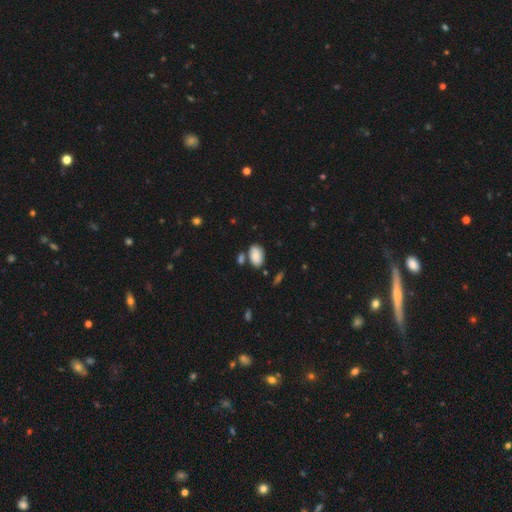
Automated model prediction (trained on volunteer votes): smooth 86%, star or artifact 7%, featured or disk 6%. Down the decision tree: how rounded — in between (91%); merging — none (66%).